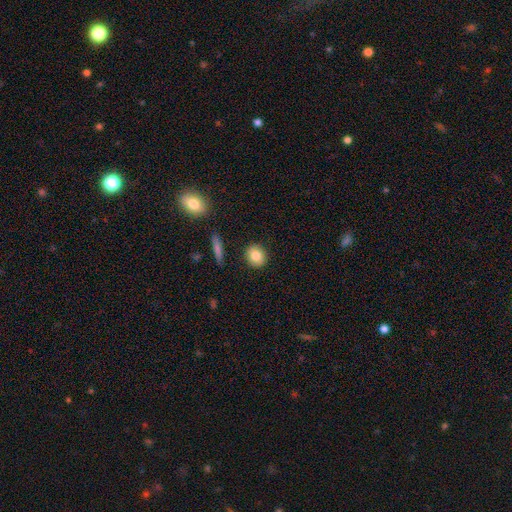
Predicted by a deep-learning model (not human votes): A smooth galaxy with no disk features (83%) that is round (75%). Merging: none (90%).